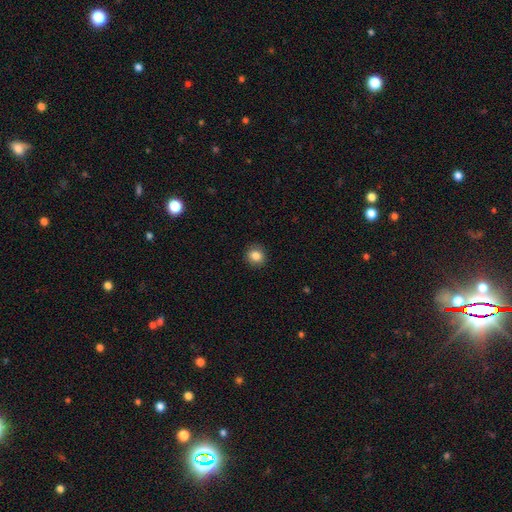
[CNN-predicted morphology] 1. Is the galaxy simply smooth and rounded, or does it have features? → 85% smooth, 10% star or artifact, 5% featured or disk.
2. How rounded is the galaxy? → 80% round, 20% in between, 1% cigar-shaped.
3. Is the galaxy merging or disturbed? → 90% none, 7% minor disturbance, 2% major disturbance, 1% merger.